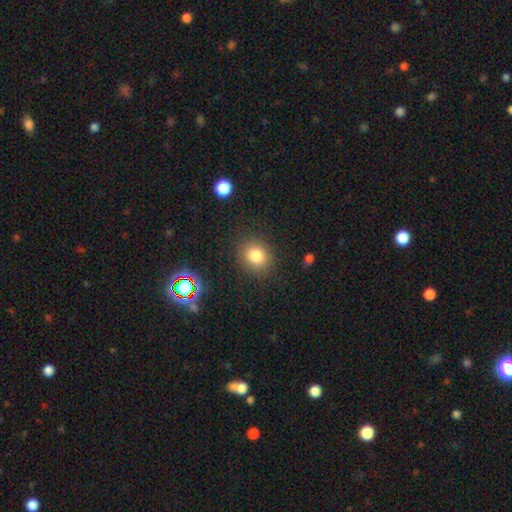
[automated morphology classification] smooth 81%, star or artifact 12%, featured or disk 7%. Down the decision tree: how rounded — round (77%); merging — none (86%).